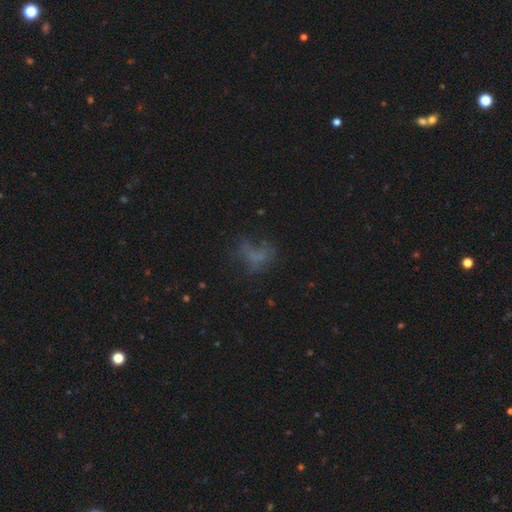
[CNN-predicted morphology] Smooth or featured? smooth (45%)
Merging? none (40%)